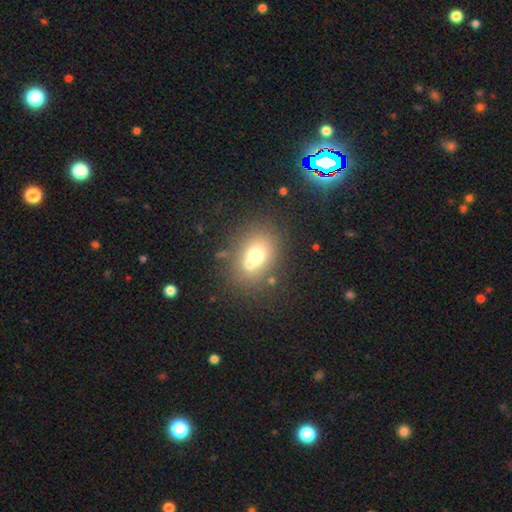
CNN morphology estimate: smooth 65%, featured or disk 20%, star or artifact 15%. Down the decision tree: how rounded — round (55%); merging — none (52%).